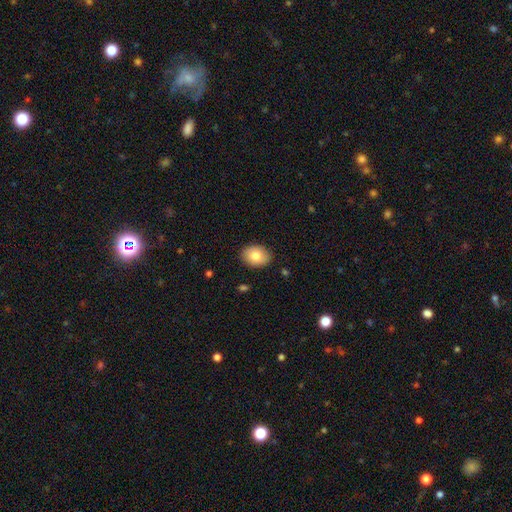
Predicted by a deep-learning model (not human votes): Overall: smooth (81%). How rounded: in between (70%). Merging: none (88%).